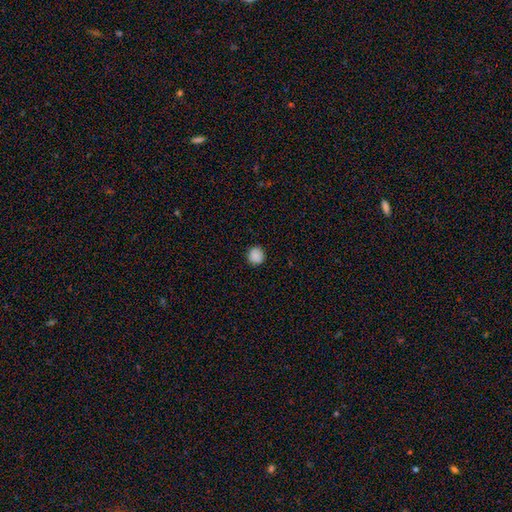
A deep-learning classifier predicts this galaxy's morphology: This is clearly a smooth galaxy (88%). How rounded: clearly round (90%). Merging: clearly none (90%).